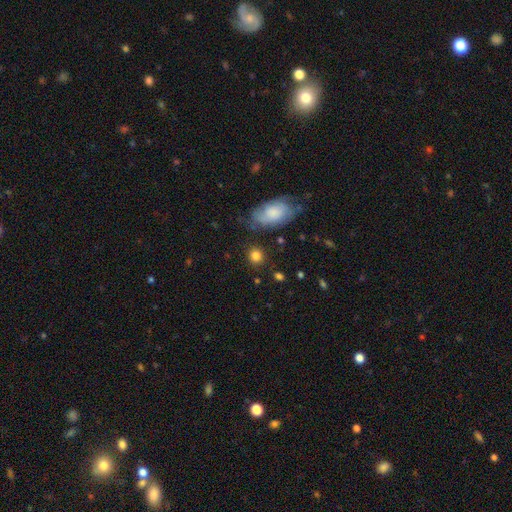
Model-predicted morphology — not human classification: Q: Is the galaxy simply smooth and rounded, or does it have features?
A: smooth — 83%.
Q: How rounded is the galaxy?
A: round — 80%.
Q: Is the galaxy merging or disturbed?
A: none — 83%.